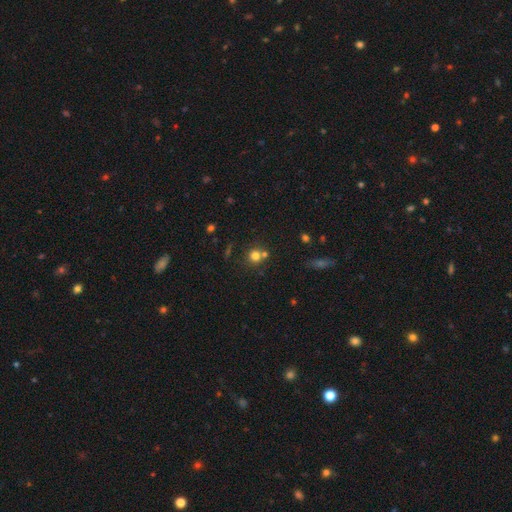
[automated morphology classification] Smooth or featured? smooth (74%)
How rounded? round (89%)
Merging? none (62%)